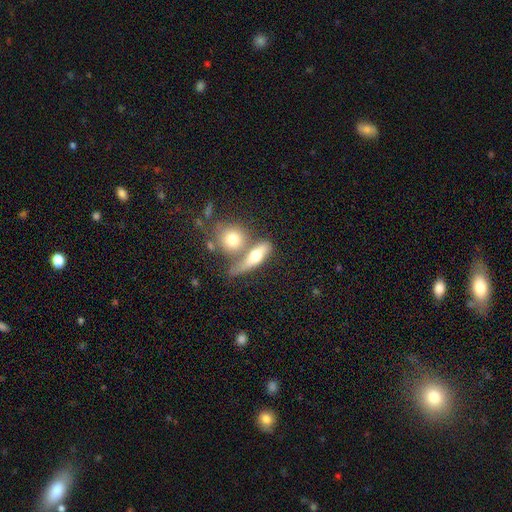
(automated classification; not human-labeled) A smooth galaxy with no disk features (60%) that is in between round and cigar-shaped (46%).

Vote fractions:
- Smooth or featured? smooth: 60% / featured or disk: 33% / star or artifact: 8%
- How rounded? in between: 46% / cigar-shaped: 38% / round: 15%
- Merging? merger: 41% / none: 39% / minor disturbance: 12% / major disturbance: 8%